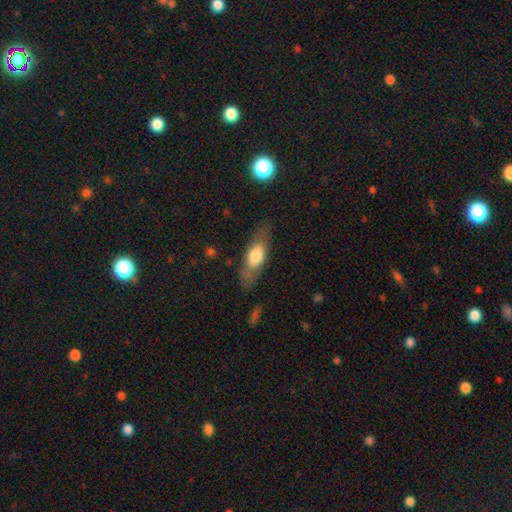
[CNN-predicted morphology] The model was most divided on "smooth or featured": smooth: 59%, featured or disk: 35%, star or artifact: 6%. More confident: merging — none (77%); how rounded — in between (63%).